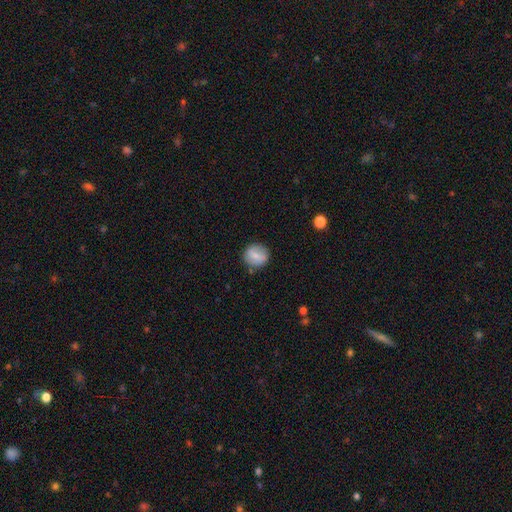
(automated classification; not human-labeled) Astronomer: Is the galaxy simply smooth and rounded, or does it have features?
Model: smooth — 73%.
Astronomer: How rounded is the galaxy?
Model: round — 83%.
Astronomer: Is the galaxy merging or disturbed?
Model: none — 84%.